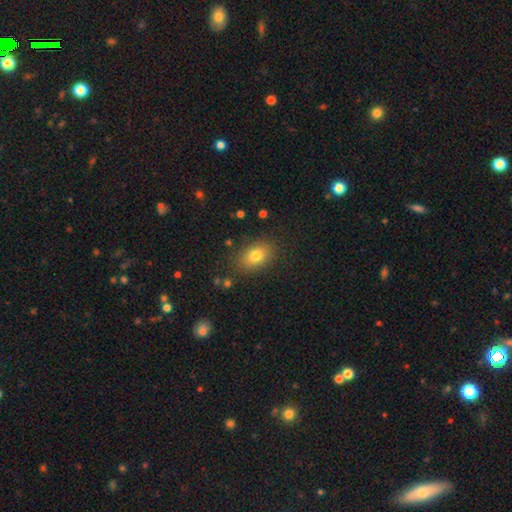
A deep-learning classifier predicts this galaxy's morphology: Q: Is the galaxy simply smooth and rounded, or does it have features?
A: smooth — 79%.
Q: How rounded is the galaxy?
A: in between — 79%.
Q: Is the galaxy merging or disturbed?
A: none — 84%.